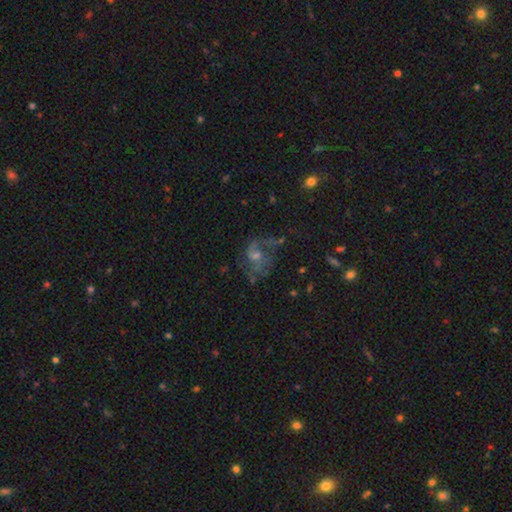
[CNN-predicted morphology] featured or disk 63%, smooth 20%, star or artifact 17%. Down the decision tree: edge-on disk — no (97%); bar — no (65%); spiral arms — yes (75%); bulge size — small (47%); merging — none (46%).